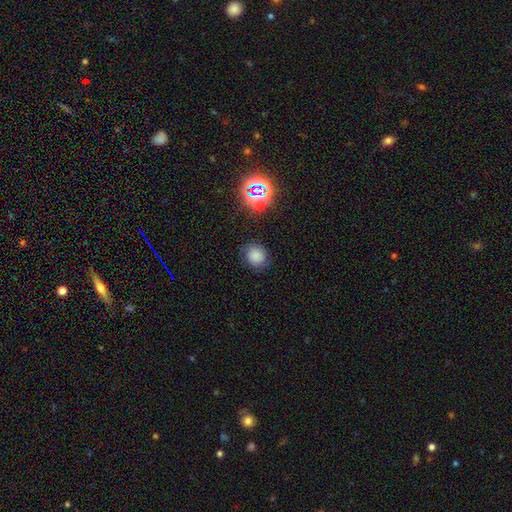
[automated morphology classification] smooth_or_featured: smooth (p=0.77) [alt: star or artifact p=0.17]
how_rounded: round (p=0.73) [alt: in between p=0.26]
merging: none (p=0.82) [alt: minor disturbance p=0.12]